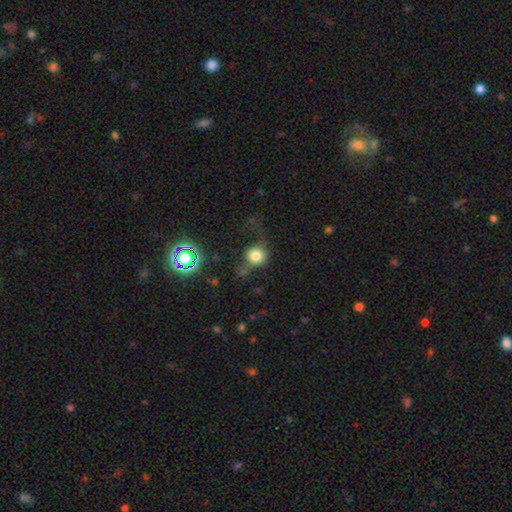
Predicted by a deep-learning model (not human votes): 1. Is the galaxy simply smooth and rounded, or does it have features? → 73% smooth, 14% star or artifact, 14% featured or disk.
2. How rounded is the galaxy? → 87% round, 11% in between, 1% cigar-shaped.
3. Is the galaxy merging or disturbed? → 43% none, 28% major disturbance, 22% minor disturbance, 7% merger.